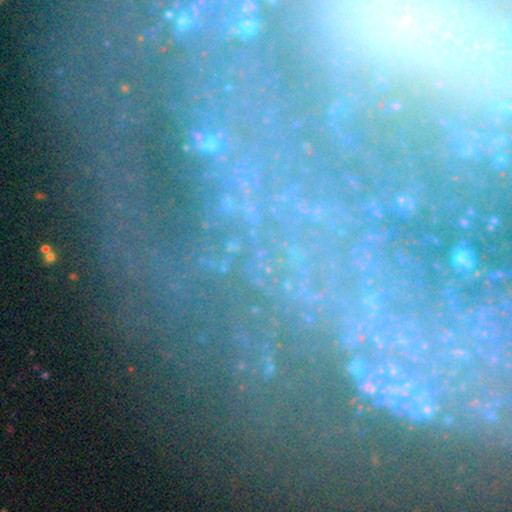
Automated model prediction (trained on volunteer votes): Smooth or featured? star or artifact (46%)